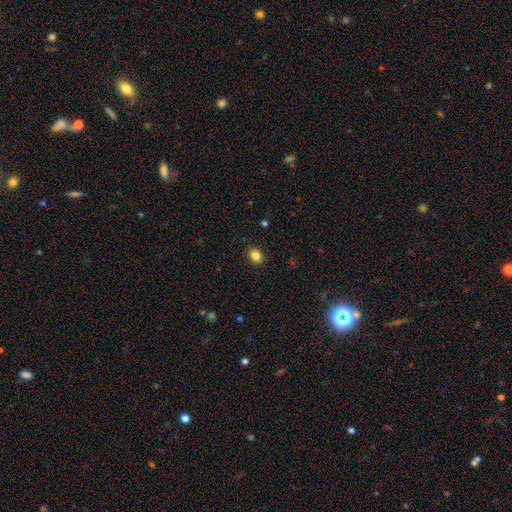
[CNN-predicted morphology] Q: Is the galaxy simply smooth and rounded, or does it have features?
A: smooth — 84%.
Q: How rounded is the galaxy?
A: in between — 55%.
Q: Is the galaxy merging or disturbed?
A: none — 90%.